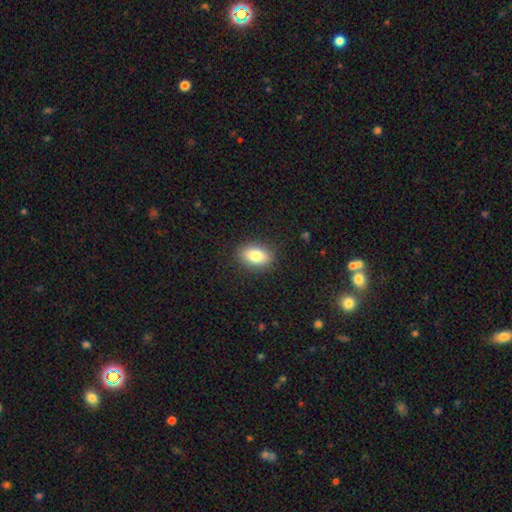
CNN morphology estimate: Smooth or featured? Predicted: smooth (p=0.82). How rounded? Predicted: in between (p=0.86). Merging? Predicted: none (p=0.88).